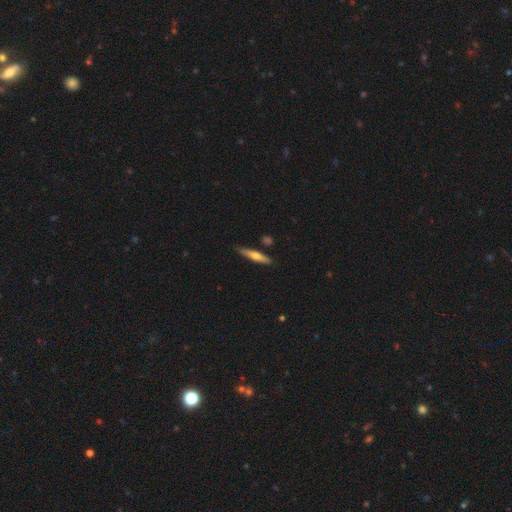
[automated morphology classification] Overall: smooth (50%; featured or disk 44%). How rounded: cigar-shaped (89%). Merging: none (84%).